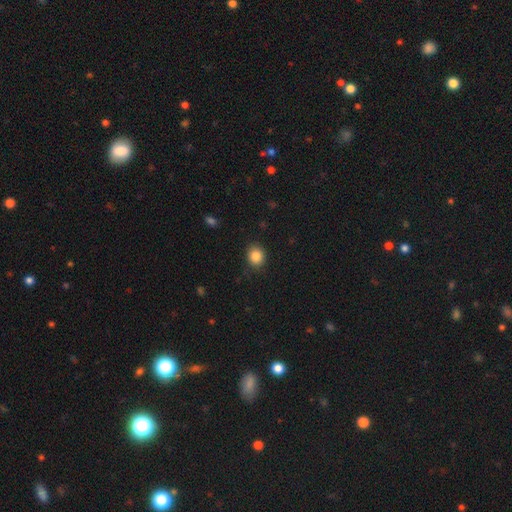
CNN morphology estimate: A smooth galaxy with no disk features (85%) that is round (75%). Merging: none (87%).